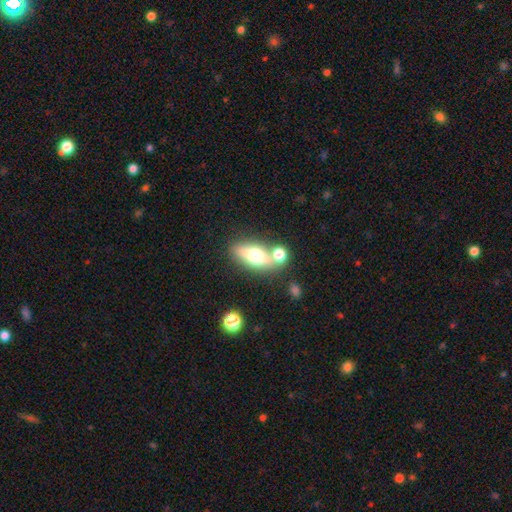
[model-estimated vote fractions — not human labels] A smooth galaxy with no disk features (53%) that is in between round and cigar-shaped (67%). Merging: none (62%).